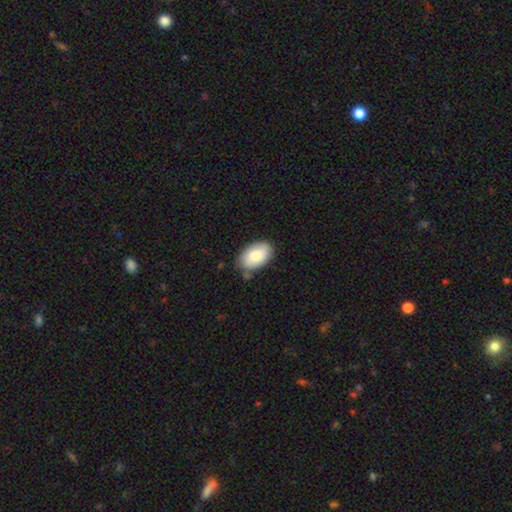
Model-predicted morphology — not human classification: This is clearly a smooth galaxy (82%). How rounded: clearly in between (93%). Merging: likely none (76%).